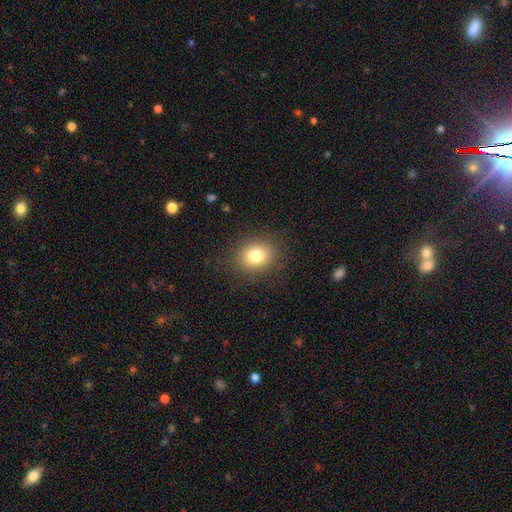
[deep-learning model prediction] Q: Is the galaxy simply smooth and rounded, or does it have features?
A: smooth — 80%.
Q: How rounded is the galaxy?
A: round — 67%.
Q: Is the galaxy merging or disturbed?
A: none — 87%.